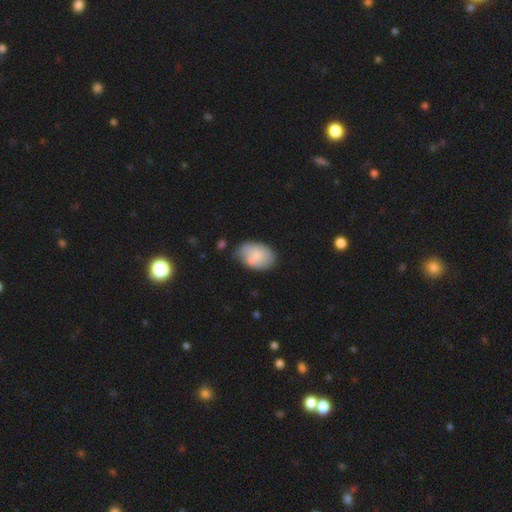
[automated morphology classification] The model was most divided on "merging": none: 57%, minor disturbance: 25%, merger: 12%, major disturbance: 6%. More confident: how rounded — in between (87%); smooth or featured — smooth (75%).